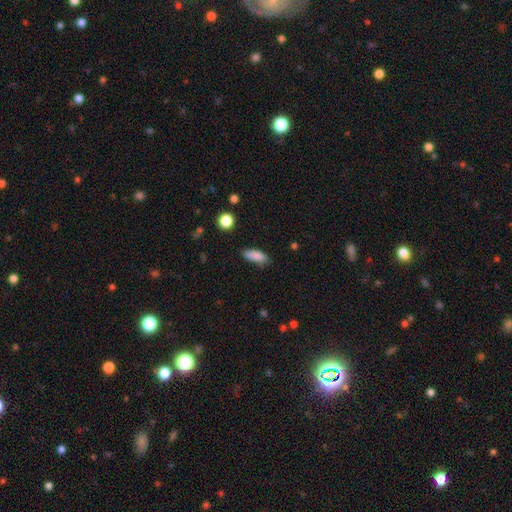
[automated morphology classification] Q: Smooth or featured?
A: smooth (86%); runner-up: star or artifact (8%)
Q: How rounded?
A: in between (71%); runner-up: cigar-shaped (27%)
Q: Merging?
A: none (74%); runner-up: minor disturbance (21%)